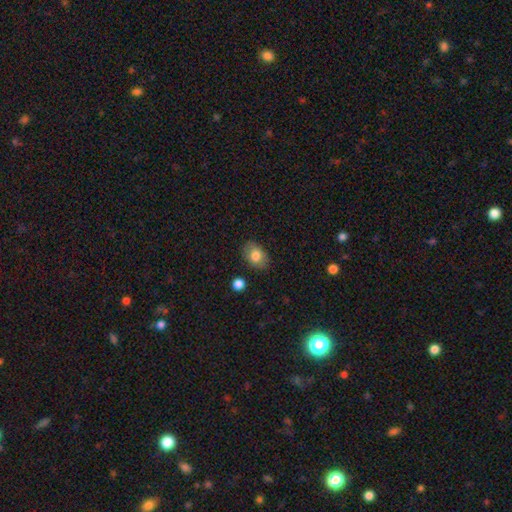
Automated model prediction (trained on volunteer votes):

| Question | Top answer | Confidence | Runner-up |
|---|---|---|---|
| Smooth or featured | smooth | 79% | featured or disk (13%) |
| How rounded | in between | 81% | round (18%) |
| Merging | none | 84% | minor disturbance (11%) |